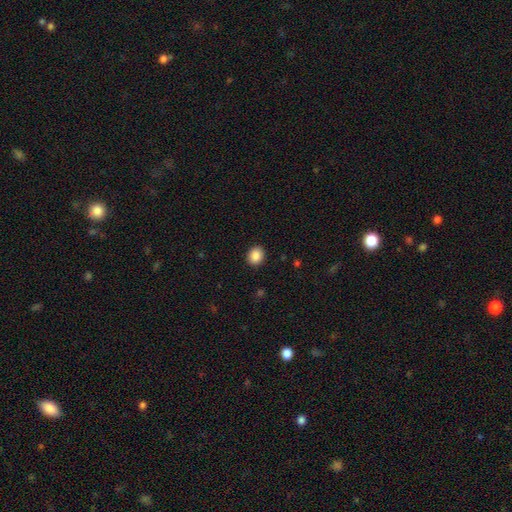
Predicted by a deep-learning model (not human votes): Morphology: type=smooth (88%); roundness=round (63%); merging=none (91%).